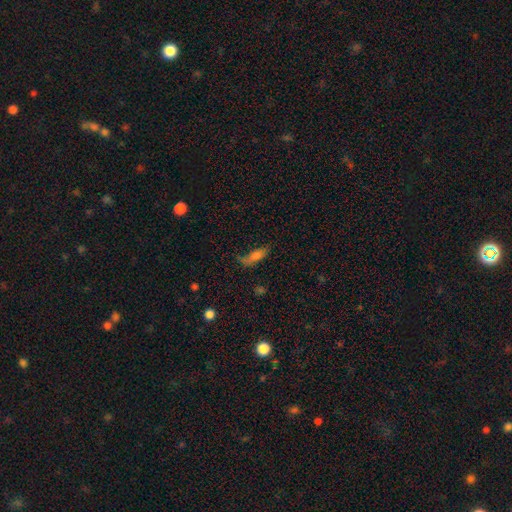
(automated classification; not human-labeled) Smooth or featured? smooth (66%)
How rounded? in between (51%)
Merging? none (48%)